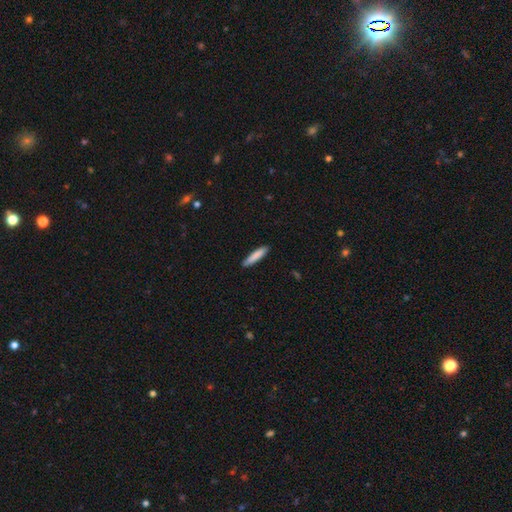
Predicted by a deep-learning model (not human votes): Smooth or featured? Predicted: smooth (p=0.84). How rounded? Predicted: cigar-shaped (p=0.87). Merging? Predicted: none (p=0.89).